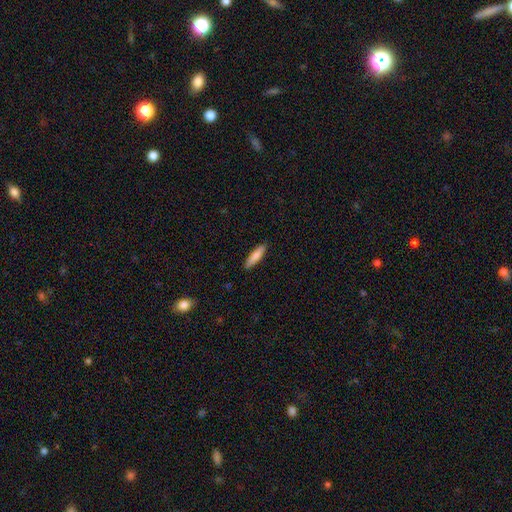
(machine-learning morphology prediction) A smooth galaxy with no disk features (81%) that is cigar-shaped (79%). Merging: none (89%).